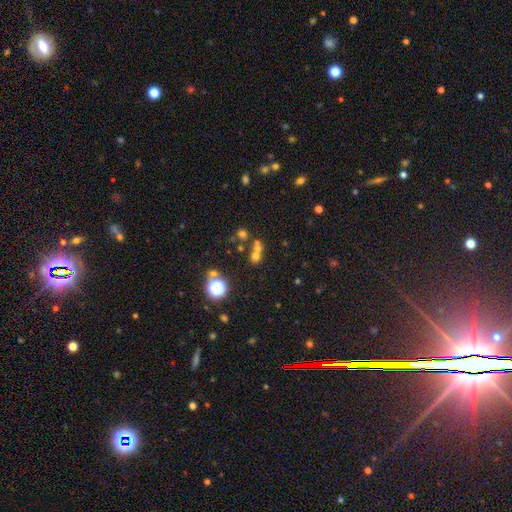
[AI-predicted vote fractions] Overall: smooth (56%; star or artifact 30%). How rounded: round (82%). Merging: none (46%; merger 42%).